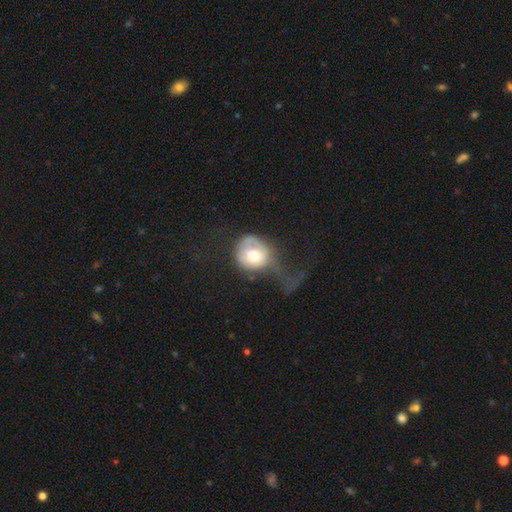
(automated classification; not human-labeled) Q: Smooth or featured?
A: smooth (58%); runner-up: featured or disk (35%)
Q: How rounded?
A: round (71%); runner-up: in between (28%)
Q: Merging?
A: major disturbance (60%); runner-up: minor disturbance (19%)